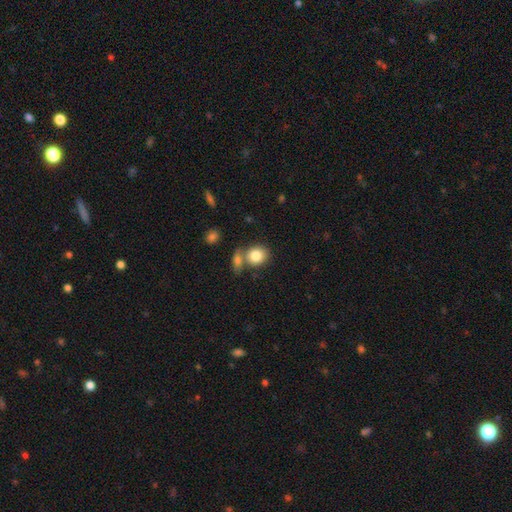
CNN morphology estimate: A smooth galaxy with no disk features (84%) that is round (60%). Merging: none (49%).